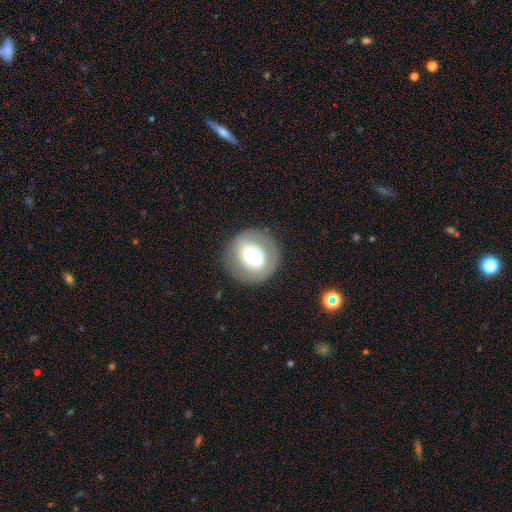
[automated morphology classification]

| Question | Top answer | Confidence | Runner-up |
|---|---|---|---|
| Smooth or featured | smooth | 58% | featured or disk (31%) |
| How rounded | round | 91% | in between (8%) |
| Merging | none | 84% | minor disturbance (10%) |